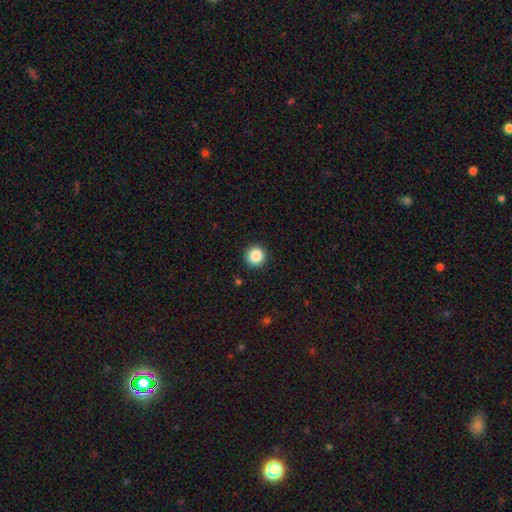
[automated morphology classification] Smooth or featured? Predicted: smooth (p=0.86). How rounded? Predicted: round (p=0.95). Merging? Predicted: none (p=0.92).